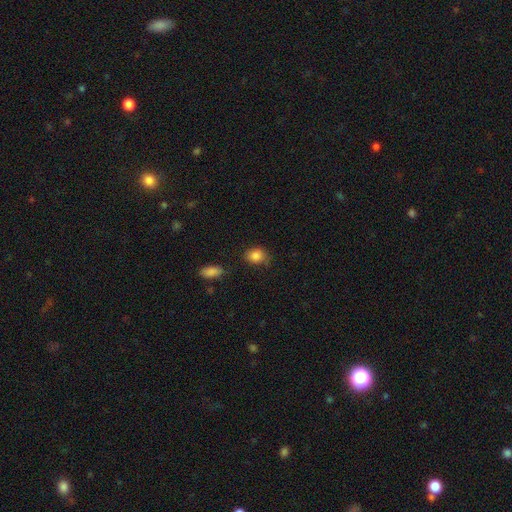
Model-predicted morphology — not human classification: smooth_or_featured: smooth (p=0.86) [alt: star or artifact p=0.09]
how_rounded: round (p=0.60) [alt: in between p=0.39]
merging: none (p=0.70) [alt: minor disturbance p=0.22]